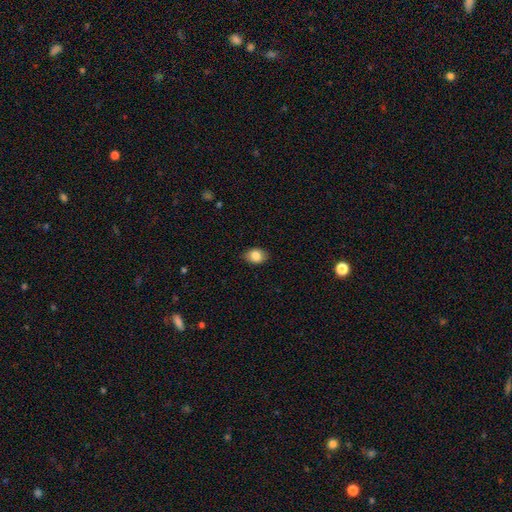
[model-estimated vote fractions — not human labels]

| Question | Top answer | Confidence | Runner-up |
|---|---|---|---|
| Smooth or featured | smooth | 84% | star or artifact (8%) |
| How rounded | in between | 67% | round (32%) |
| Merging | none | 83% | minor disturbance (13%) |